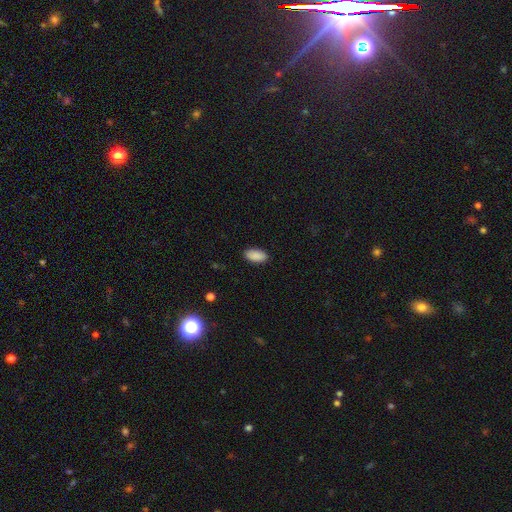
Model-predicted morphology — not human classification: Smooth or featured? smooth (90%)
How rounded? in between (94%)
Merging? none (89%)